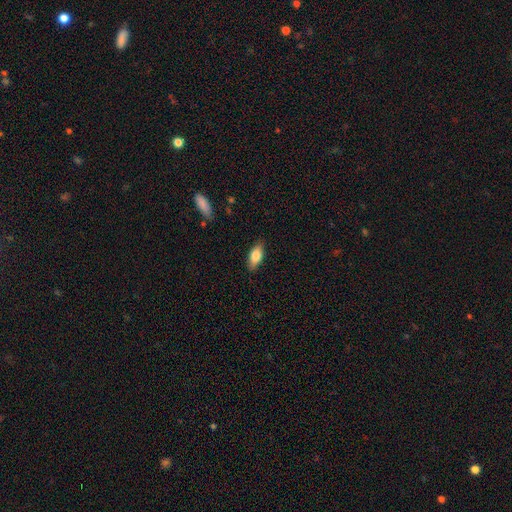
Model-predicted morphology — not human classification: A smooth galaxy with no disk features (79%) that is in between round and cigar-shaped (83%). Merging: none (86%).